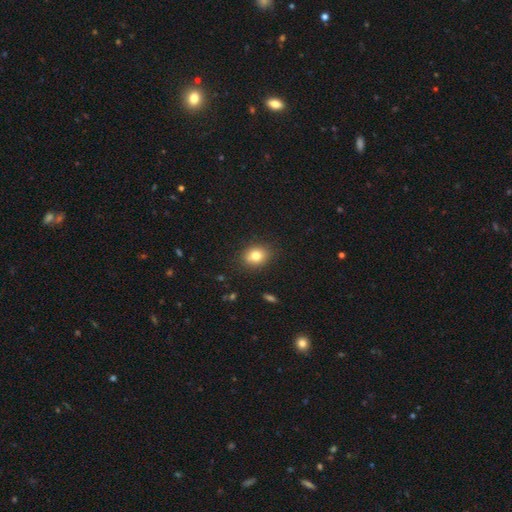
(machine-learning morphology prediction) smooth-or-featured: smooth: 81% | star or artifact: 10% | featured or disk: 9%
  how-rounded: in between: 52% | round: 47% | cigar-shaped: 1%
  merging: none: 87% | minor disturbance: 10% | major disturbance: 2% | merger: 1%